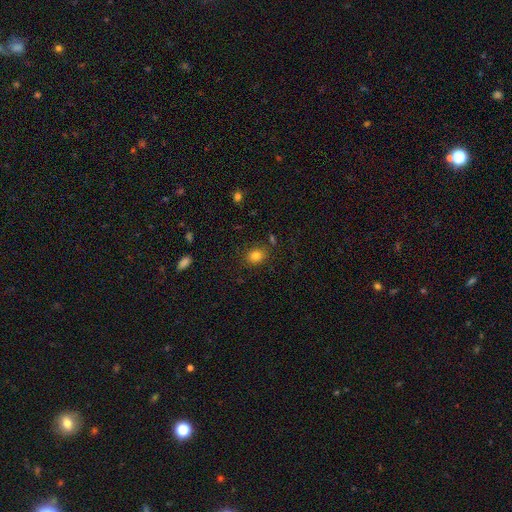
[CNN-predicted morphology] smooth 82%, star or artifact 12%, featured or disk 6%. Down the decision tree: how rounded — round (58%); merging — none (83%).